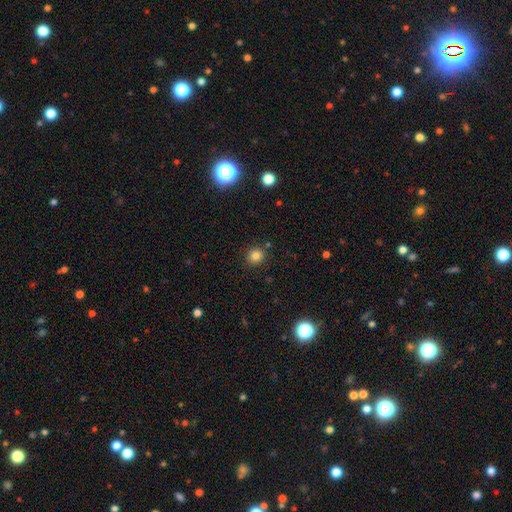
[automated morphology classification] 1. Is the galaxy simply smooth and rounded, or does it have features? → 81% smooth, 13% star or artifact, 6% featured or disk.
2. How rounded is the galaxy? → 88% round, 11% in between, 1% cigar-shaped.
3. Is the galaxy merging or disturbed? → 87% none, 8% minor disturbance, 3% merger, 2% major disturbance.